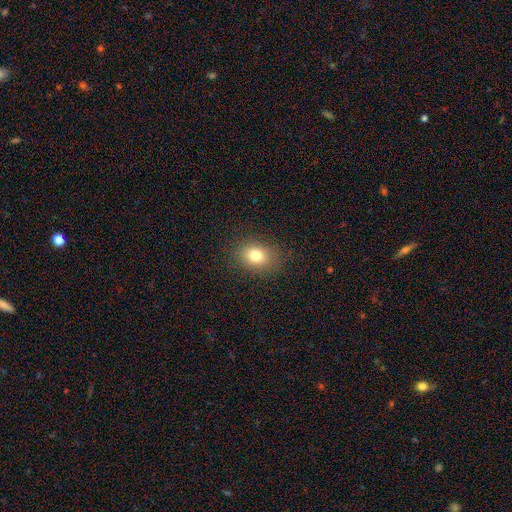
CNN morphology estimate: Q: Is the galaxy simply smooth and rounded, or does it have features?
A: smooth — 78%.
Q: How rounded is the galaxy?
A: in between — 60%.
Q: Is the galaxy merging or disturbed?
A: none — 86%.